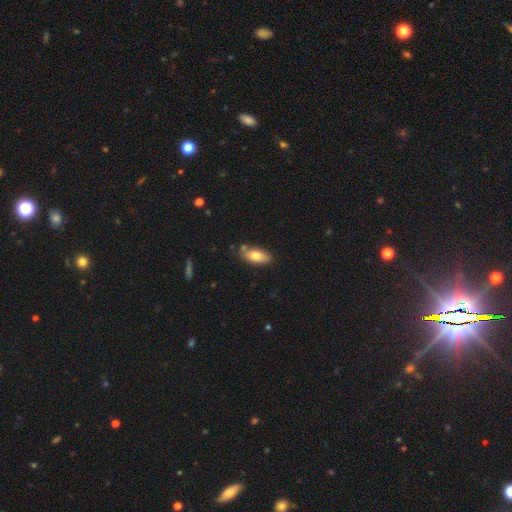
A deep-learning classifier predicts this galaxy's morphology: Smooth or featured? smooth (73%)
How rounded? in between (83%)
Merging? none (75%)